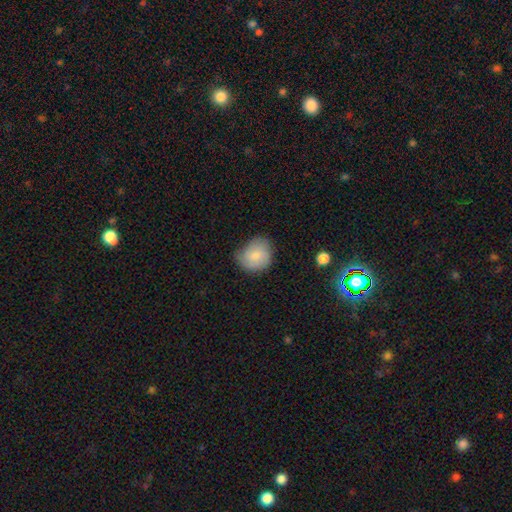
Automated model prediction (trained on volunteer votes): Morphology: type=smooth (77%); roundness=round (71%); merging=none (56%).